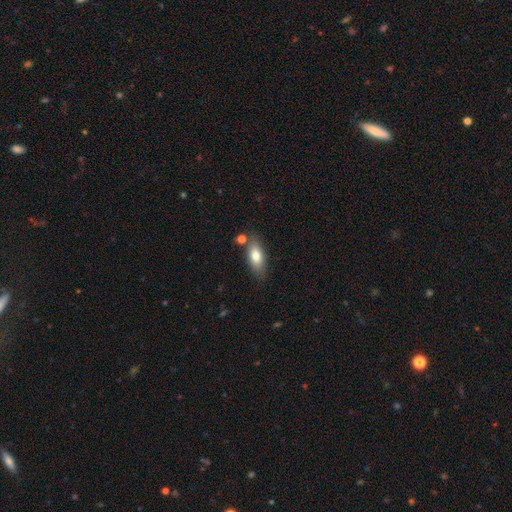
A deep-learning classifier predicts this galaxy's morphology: Smooth or featured?
  - smooth: 78% *
  - featured or disk: 15%
  - star or artifact: 7%
How rounded?
  - in between: 82% *
  - cigar-shaped: 14%
  - round: 4%
Merging?
  - none: 74% *
  - minor disturbance: 14%
  - merger: 8%
  - major disturbance: 4%